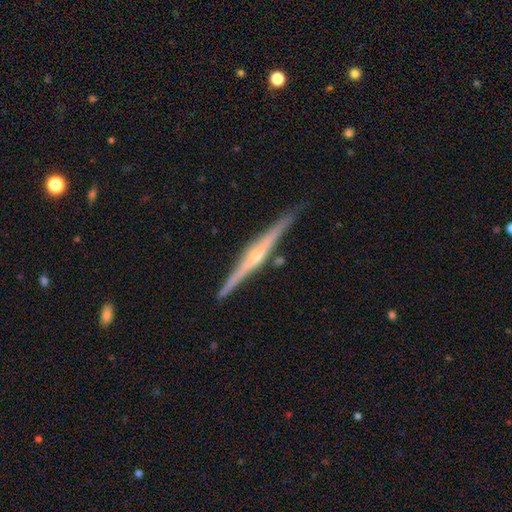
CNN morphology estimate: Q: Smooth or featured?
A: featured or disk (80%); runner-up: smooth (14%)
Q: Edge-on disk?
A: yes (98%); runner-up: no (2%)
Q: Edge-on bulge?
A: rounded (77%); runner-up: none (16%)
Q: Merging?
A: none (85%); runner-up: minor disturbance (10%)